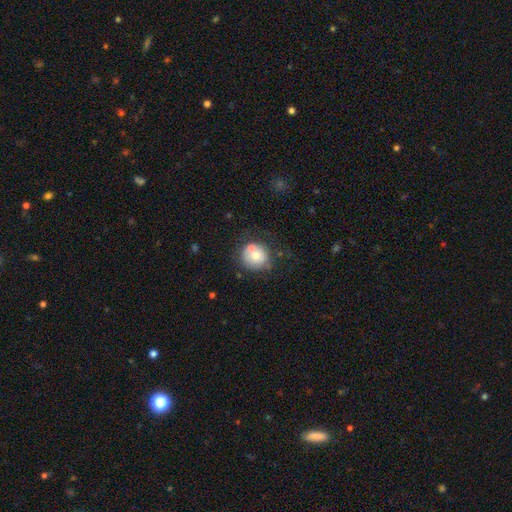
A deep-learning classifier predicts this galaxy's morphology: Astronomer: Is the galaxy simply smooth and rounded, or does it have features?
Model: smooth — 67%.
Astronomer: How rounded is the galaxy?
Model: round — 88%.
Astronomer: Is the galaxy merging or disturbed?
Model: none — 55%.